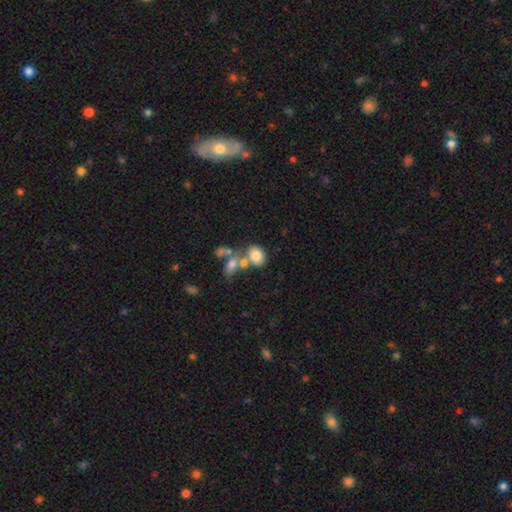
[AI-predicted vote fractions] smooth_or_featured: smooth (p=0.76) [alt: featured or disk p=0.15]
how_rounded: in between (p=0.67) [alt: round p=0.32]
merging: merger (p=0.45) [alt: none p=0.37]